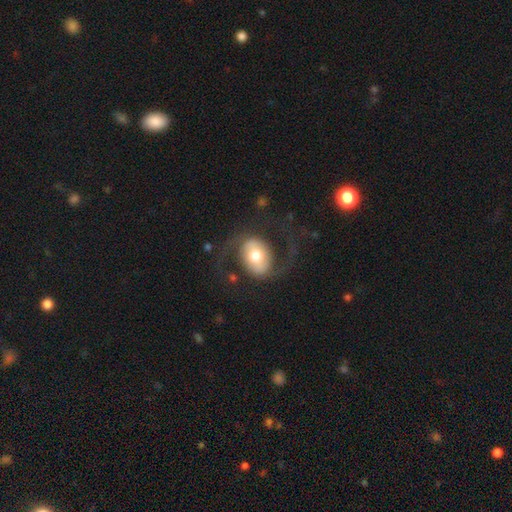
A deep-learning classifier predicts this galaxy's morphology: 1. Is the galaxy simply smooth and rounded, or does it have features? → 69% featured or disk, 25% smooth, 6% star or artifact.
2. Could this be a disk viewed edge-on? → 96% no, 4% yes.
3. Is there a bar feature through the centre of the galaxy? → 45% no, 32% weak, 23% strong.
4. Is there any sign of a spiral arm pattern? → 81% yes, 19% no.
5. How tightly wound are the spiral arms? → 55% loose, 37% medium, 8% tight.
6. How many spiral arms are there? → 91% 2, 3% 1, 3% can't tell, 1% 3, 1% 4, 1% more than 4.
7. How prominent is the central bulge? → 62% moderate, 25% large, 6% small, 5% dominant, 1% none.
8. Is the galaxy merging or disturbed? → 67% none, 19% major disturbance, 12% minor disturbance, 2% merger.